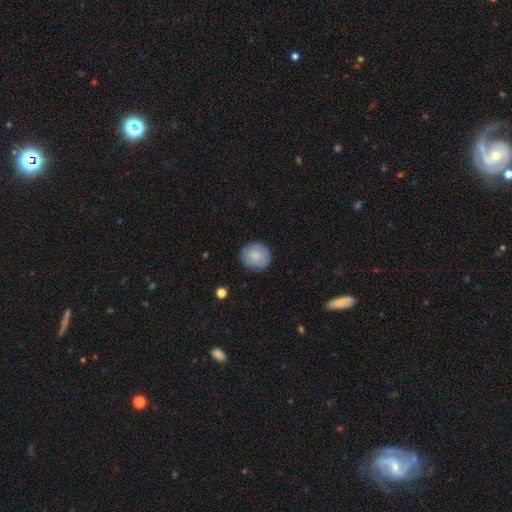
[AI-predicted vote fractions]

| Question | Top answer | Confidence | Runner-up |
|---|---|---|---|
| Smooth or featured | smooth | 77% | featured or disk (16%) |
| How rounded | round | 85% | in between (14%) |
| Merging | none | 84% | minor disturbance (12%) |